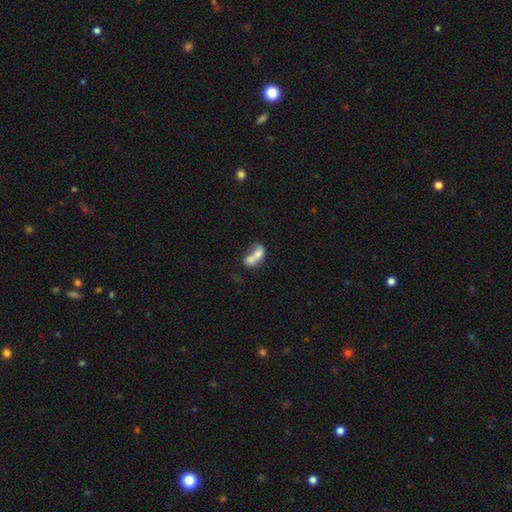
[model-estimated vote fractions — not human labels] smooth 65%, featured or disk 27%, star or artifact 9%. Down the decision tree: how rounded — in between (70%); merging — merger (77%).